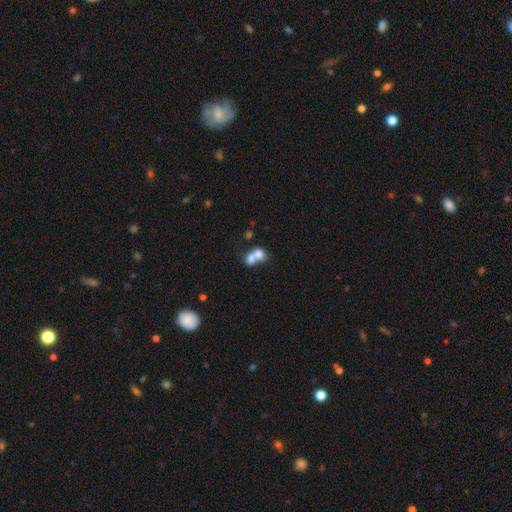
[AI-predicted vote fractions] The model was most divided on "how rounded": round: 52%, in between: 47%, cigar-shaped: 1%. More confident: merging — merger (73%); smooth or featured — smooth (71%).